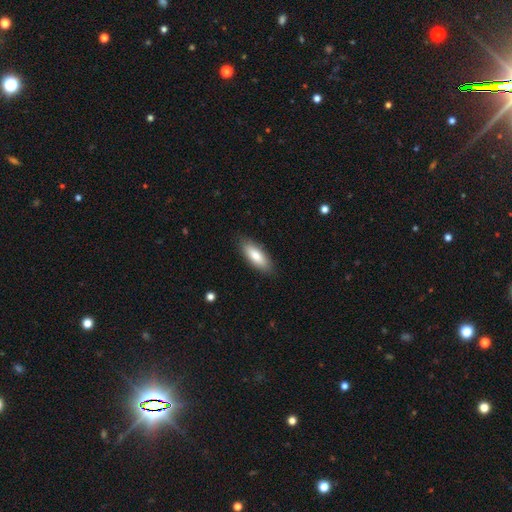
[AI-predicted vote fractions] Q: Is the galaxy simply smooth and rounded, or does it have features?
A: smooth — 80%.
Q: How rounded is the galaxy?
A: in between — 69%.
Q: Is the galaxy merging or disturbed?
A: none — 87%.